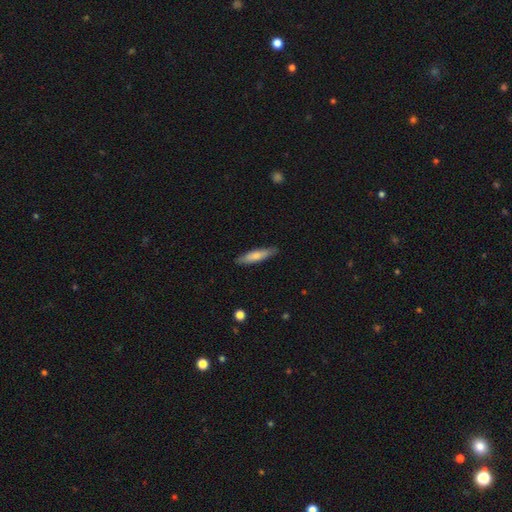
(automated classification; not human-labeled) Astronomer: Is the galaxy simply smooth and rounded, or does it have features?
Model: smooth — 70%.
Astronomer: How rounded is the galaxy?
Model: cigar-shaped — 77%.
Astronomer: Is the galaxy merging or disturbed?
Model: none — 87%.